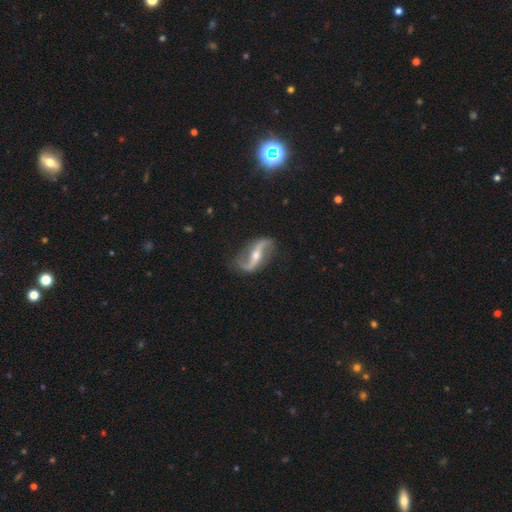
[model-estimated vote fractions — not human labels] Morphology: type=featured or disk (91%); edge-on=no (95%); bar=strong (49%); spiral arms=yes (96%); winding=loose (83%); arm count=2 (94%); bulge=moderate (50%); merging=none (82%).